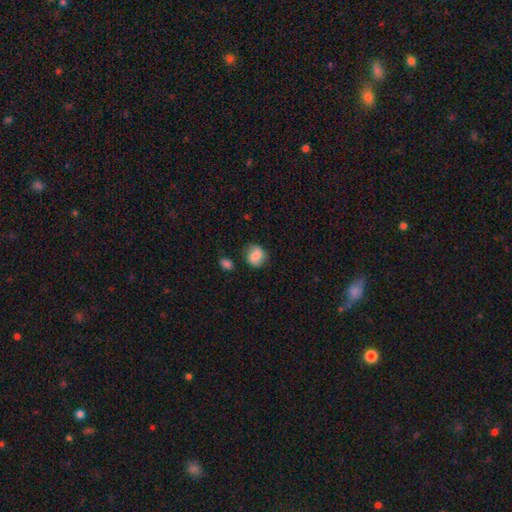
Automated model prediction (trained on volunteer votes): Smooth or featured?
  - smooth: 74% *
  - featured or disk: 17%
  - star or artifact: 9%
How rounded?
  - round: 72% *
  - in between: 27%
  - cigar-shaped: 1%
Merging?
  - none: 68% *
  - minor disturbance: 21%
  - major disturbance: 6%
  - merger: 5%